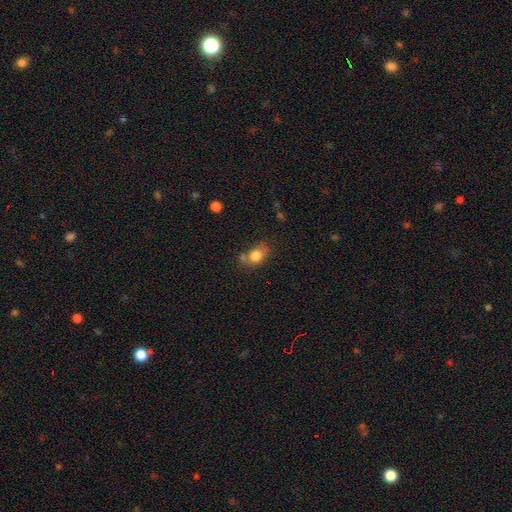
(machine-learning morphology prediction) A smooth galaxy with no disk features (79%) that is in between round and cigar-shaped (61%).

Vote fractions:
- Smooth or featured? smooth: 79% / featured or disk: 11% / star or artifact: 10%
- How rounded? in between: 61% / round: 38% / cigar-shaped: 2%
- Merging? none: 49% / minor disturbance: 24% / merger: 17% / major disturbance: 9%